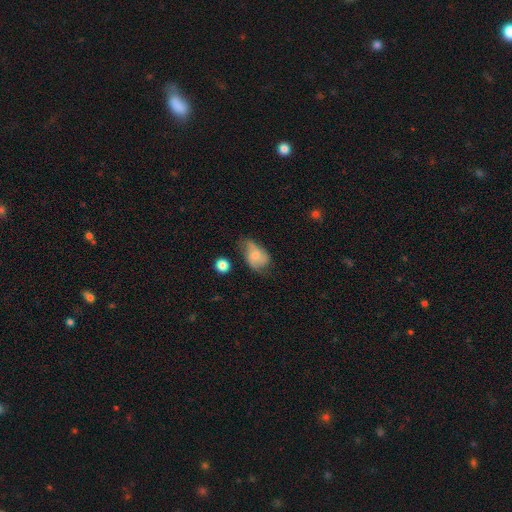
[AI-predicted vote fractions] Morphology: type=smooth (57%); roundness=in between (79%); merging=minor disturbance (37%).